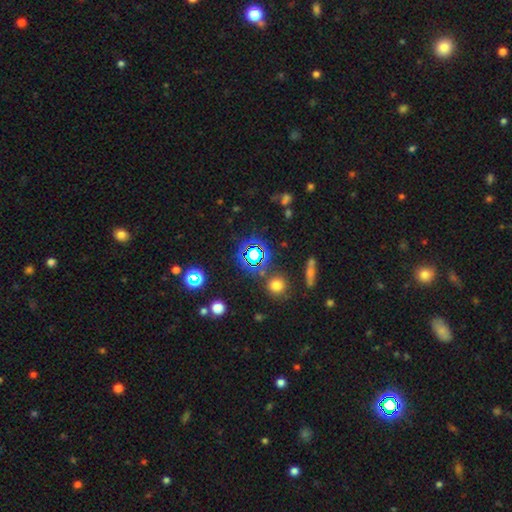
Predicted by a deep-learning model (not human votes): Smooth or featured? Predicted: star or artifact (p=0.65).